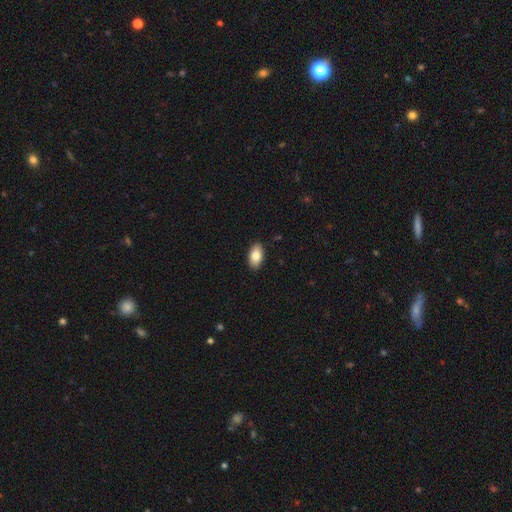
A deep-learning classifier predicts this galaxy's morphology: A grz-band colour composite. It shows a smooth galaxy with no disk features (83%) that is in between round and cigar-shaped (93%). Merging: none (90%).